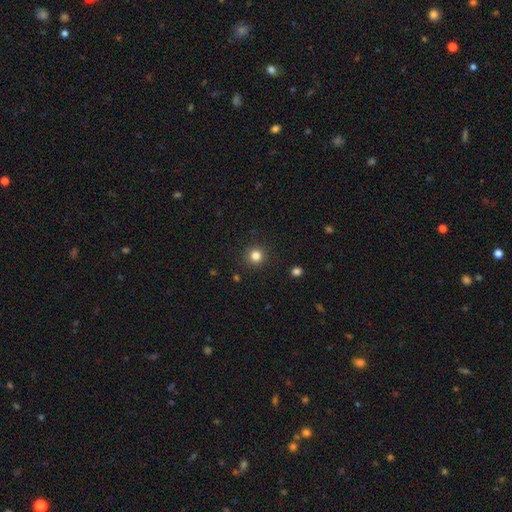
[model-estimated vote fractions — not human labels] A smooth galaxy with no disk features (82%) that is round (94%). Merging: none (91%).